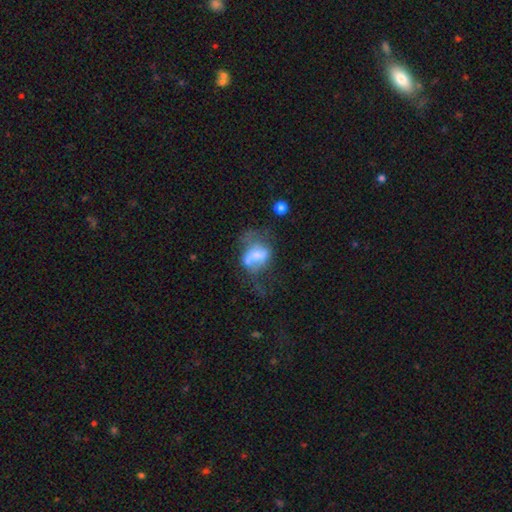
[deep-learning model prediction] Q: Smooth or featured?
A: featured or disk (45%); runner-up: smooth (44%)
Q: Merging?
A: major disturbance (44%); runner-up: none (21%)